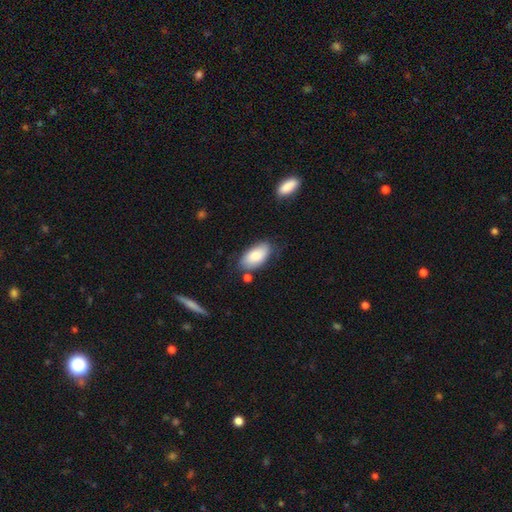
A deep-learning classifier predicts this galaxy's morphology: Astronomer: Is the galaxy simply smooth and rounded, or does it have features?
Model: smooth — 83%.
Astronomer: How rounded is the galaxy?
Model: in between — 94%.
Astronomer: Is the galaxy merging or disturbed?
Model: none — 71%.